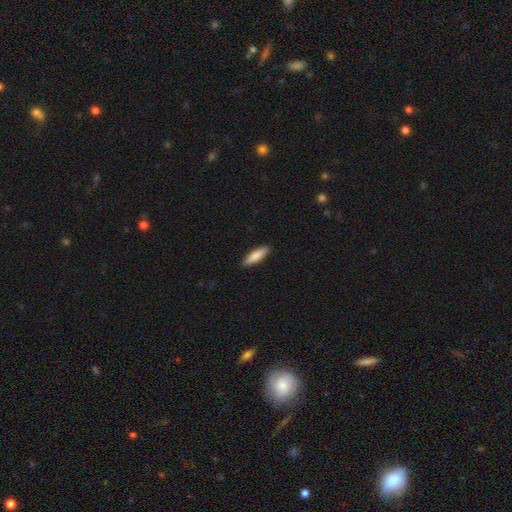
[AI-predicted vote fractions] This appears to be a smooth galaxy with no disk features (80%) that is cigar-shaped (65%). Merging: none (90%).